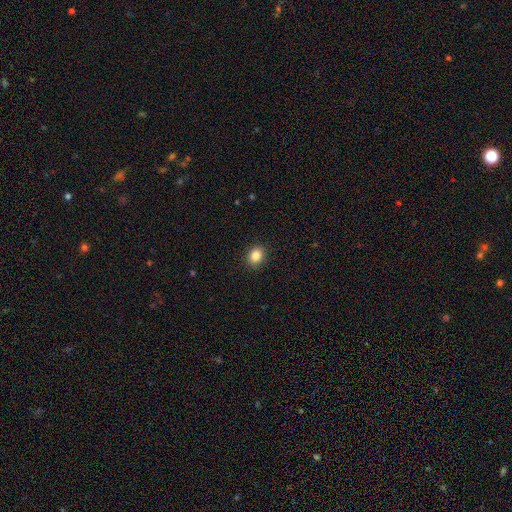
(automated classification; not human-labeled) The model was most divided on "how rounded": round: 64%, in between: 36%, cigar-shaped: 1%. More confident: merging — none (91%); smooth or featured — smooth (85%).